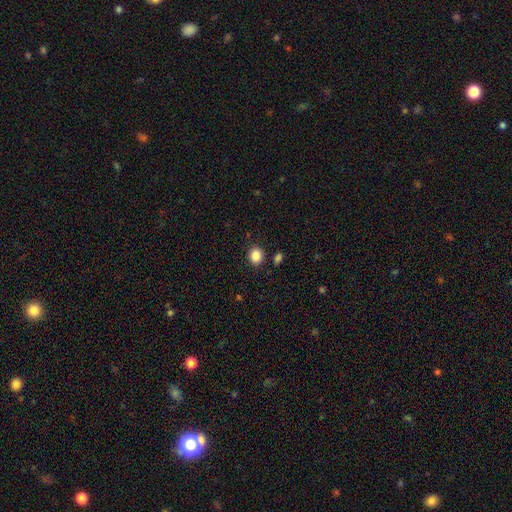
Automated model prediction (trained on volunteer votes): A smooth galaxy with no disk features (87%) that is round (73%). Merging: none (86%).